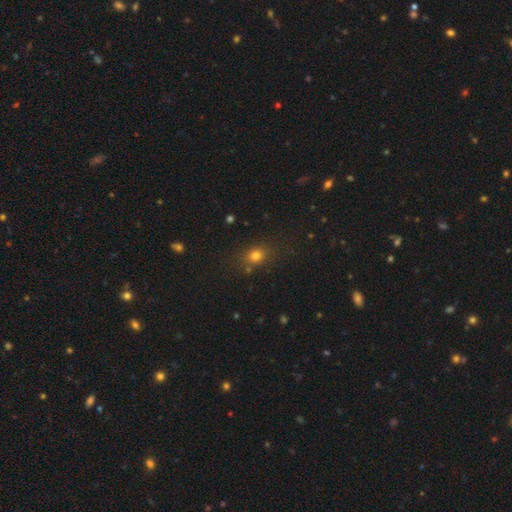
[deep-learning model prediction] Smooth or featured? Predicted: smooth (p=0.76). How rounded? Predicted: round (p=0.56). Merging? Predicted: none (p=0.79).